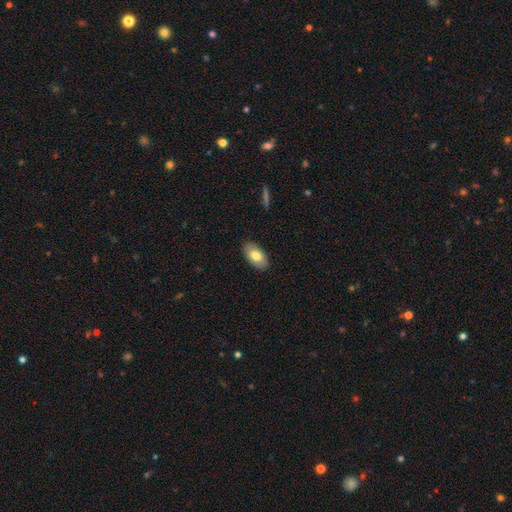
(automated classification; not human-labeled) A smooth galaxy with no disk features (77%) that is in between round and cigar-shaped (95%).

Vote fractions:
- Smooth or featured? smooth: 77% / featured or disk: 17% / star or artifact: 6%
- How rounded? in between: 95% / round: 3% / cigar-shaped: 2%
- Merging? none: 87% / minor disturbance: 10% / major disturbance: 2% / merger: 1%